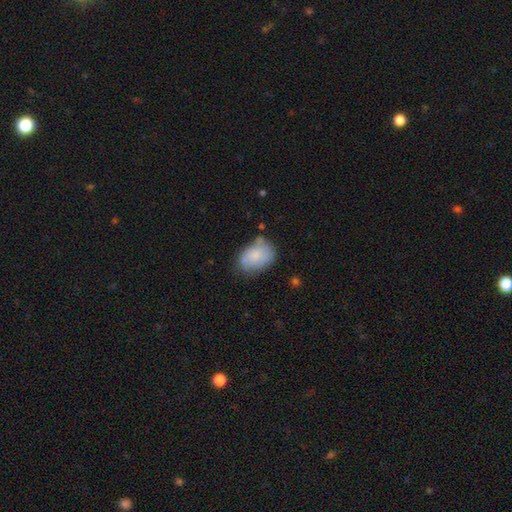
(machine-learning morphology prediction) type=smooth (66%); roundness=in between (78%); merging=none (55%).